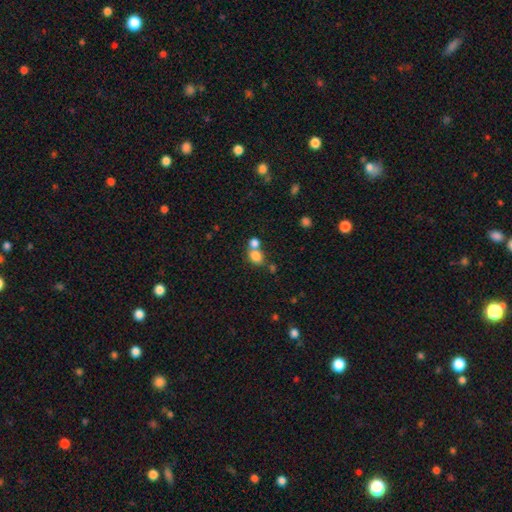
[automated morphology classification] This is clearly a smooth galaxy (80%). How rounded: possibly round (57%). Merging: possibly merger (48%).